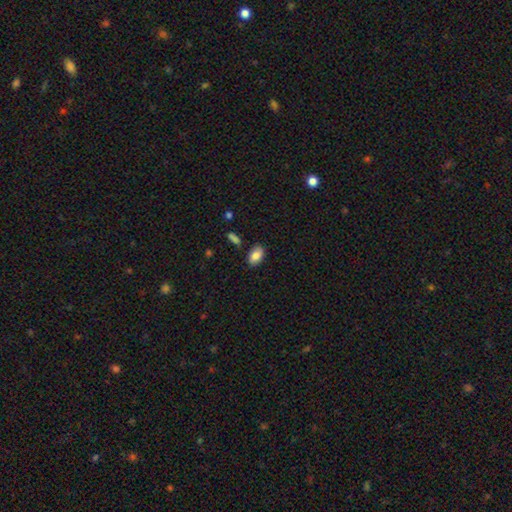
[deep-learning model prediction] smooth-or-featured: smooth: 84% | featured or disk: 9% | star or artifact: 7%
  how-rounded: in between: 90% | round: 8% | cigar-shaped: 2%
  merging: none: 81% | minor disturbance: 13% | merger: 3% | major disturbance: 3%